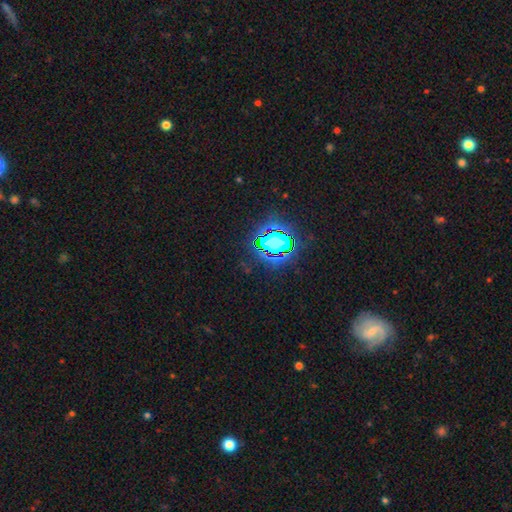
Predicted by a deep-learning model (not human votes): Smooth or featured? Predicted: star or artifact (p=0.81).